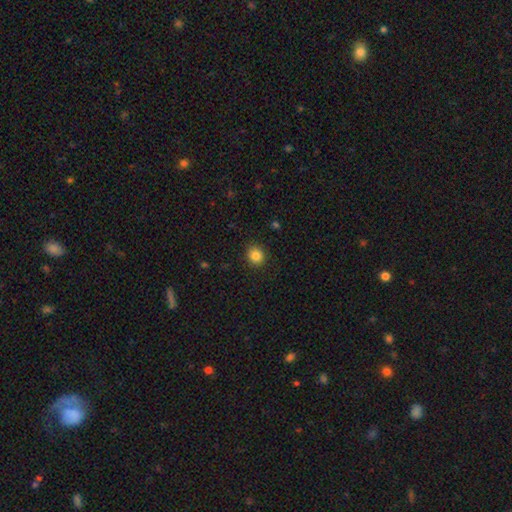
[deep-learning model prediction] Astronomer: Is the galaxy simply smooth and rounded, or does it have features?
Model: smooth — 84%.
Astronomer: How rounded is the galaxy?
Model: round — 83%.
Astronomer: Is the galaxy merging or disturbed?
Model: none — 90%.